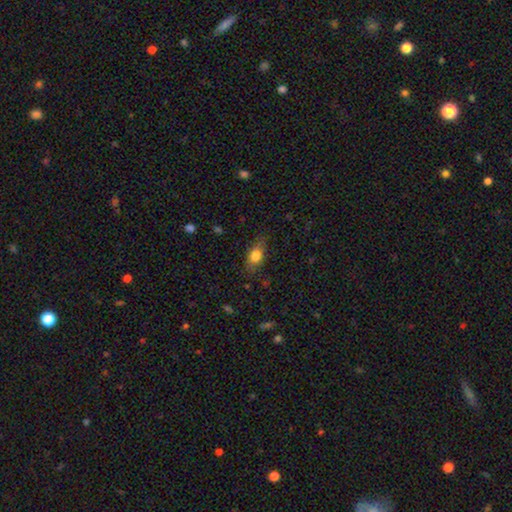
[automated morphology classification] type=smooth (77%); roundness=in between (79%); merging=none (76%).